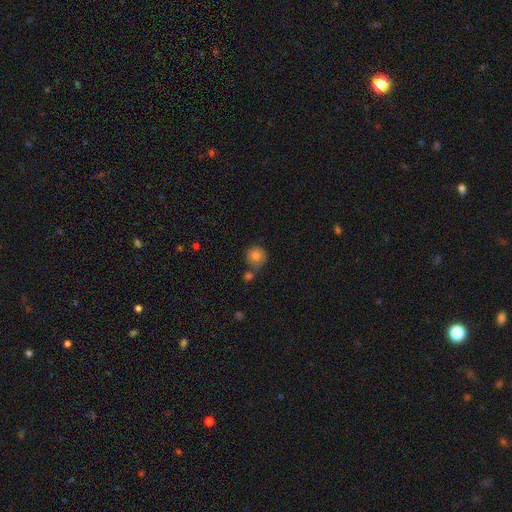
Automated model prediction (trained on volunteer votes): Smooth or featured: smooth — 80% (featured or disk — 11%)
How rounded: round — 90% (in between — 9%)
Merging: none — 56% (merger — 23%)